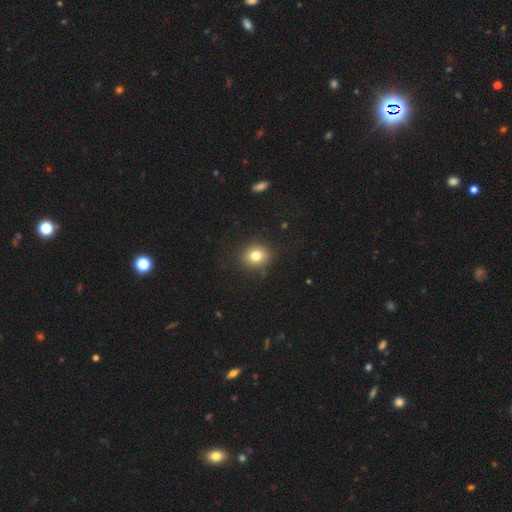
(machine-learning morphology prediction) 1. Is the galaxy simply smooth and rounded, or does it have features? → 80% smooth, 11% star or artifact, 9% featured or disk.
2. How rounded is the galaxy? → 74% round, 25% in between, 1% cigar-shaped.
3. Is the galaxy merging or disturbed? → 84% none, 11% minor disturbance, 3% major disturbance, 2% merger.